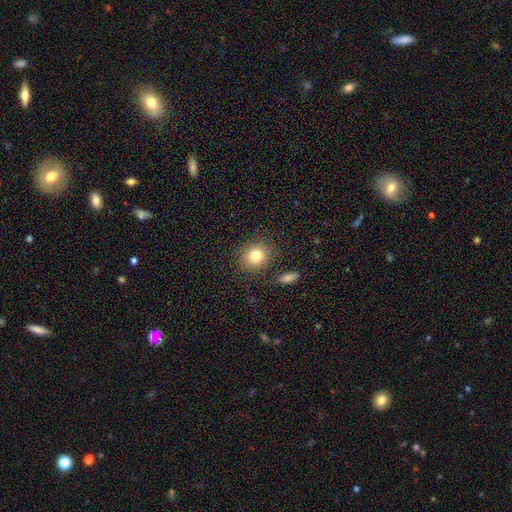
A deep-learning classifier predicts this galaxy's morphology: Smooth or featured? Predicted: smooth (p=0.80). How rounded? Predicted: round (p=0.74). Merging? Predicted: none (p=0.84).